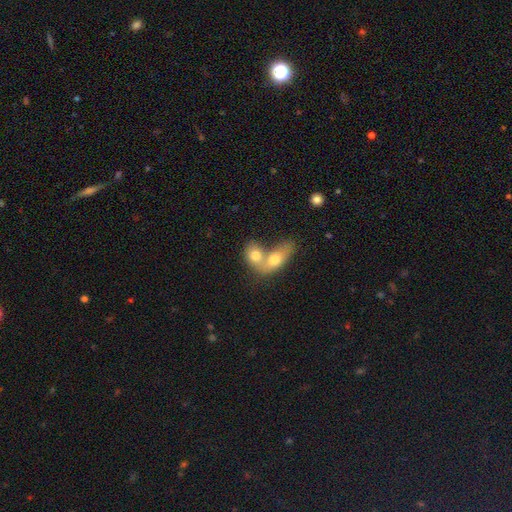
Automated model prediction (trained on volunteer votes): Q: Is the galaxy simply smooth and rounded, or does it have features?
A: smooth — 71%.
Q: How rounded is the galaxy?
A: in between — 71%.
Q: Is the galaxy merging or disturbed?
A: merger — 77%.